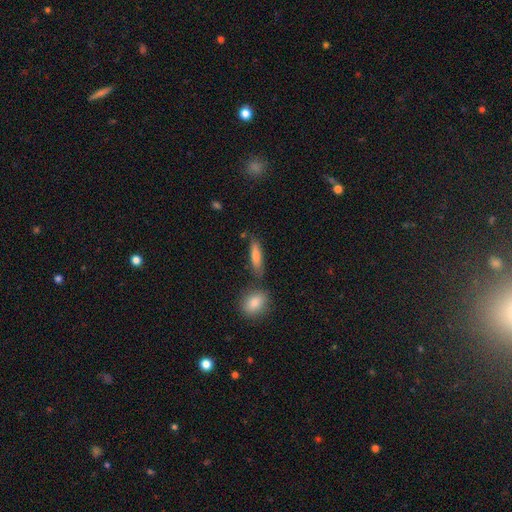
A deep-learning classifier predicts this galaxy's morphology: The model was most divided on "how rounded": cigar-shaped: 60%, in between: 37%, round: 3%. More confident: smooth or featured — smooth (80%); merging — none (71%).